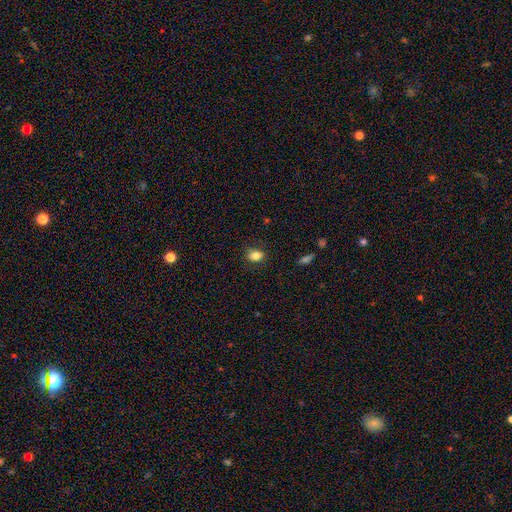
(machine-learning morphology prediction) smooth_or_featured: smooth (p=0.82) [alt: star or artifact p=0.10]
how_rounded: in between (p=0.70) [alt: round p=0.28]
merging: none (p=0.82) [alt: minor disturbance p=0.13]